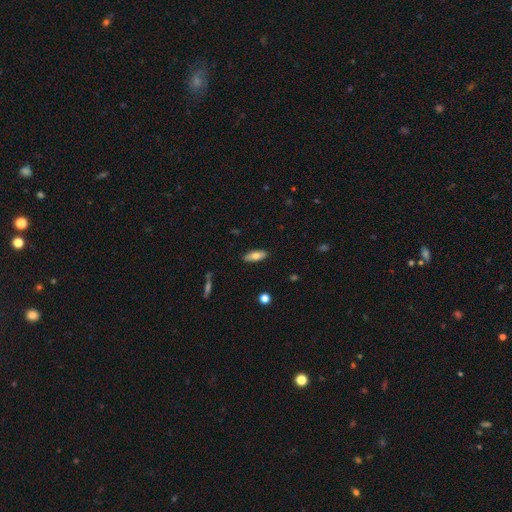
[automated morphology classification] smooth-or-featured: smooth: 74% | featured or disk: 19% | star or artifact: 7%
  how-rounded: in between: 75% | cigar-shaped: 23% | round: 2%
  merging: none: 88% | minor disturbance: 9% | major disturbance: 2% | merger: 1%